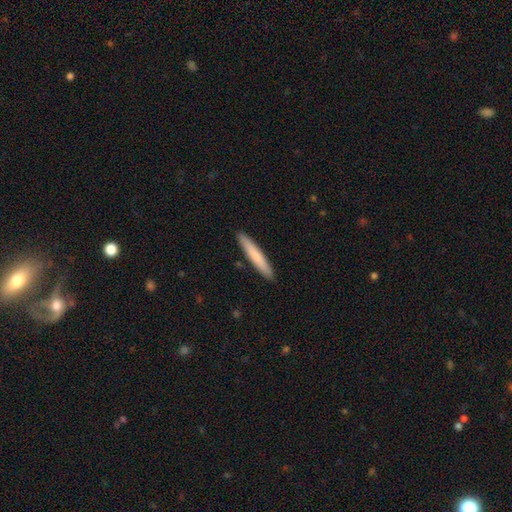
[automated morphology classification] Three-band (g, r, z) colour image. It shows a smooth galaxy with no disk features (78%) that is cigar-shaped (94%). Merging: none (91%).